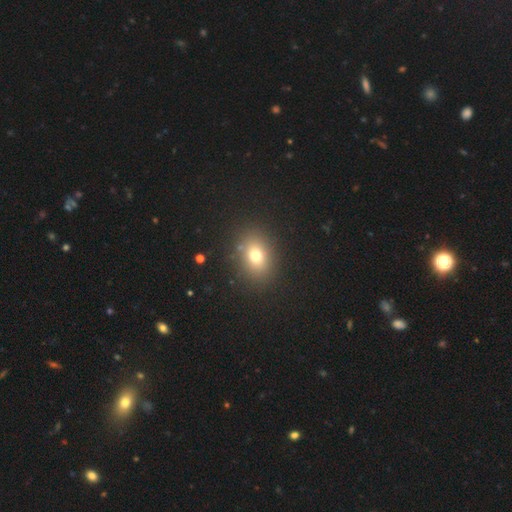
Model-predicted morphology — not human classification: smooth_or_featured: smooth (p=0.74) [alt: star or artifact p=0.15]
how_rounded: in between (p=0.60) [alt: round p=0.39]
merging: none (p=0.86) [alt: minor disturbance p=0.08]